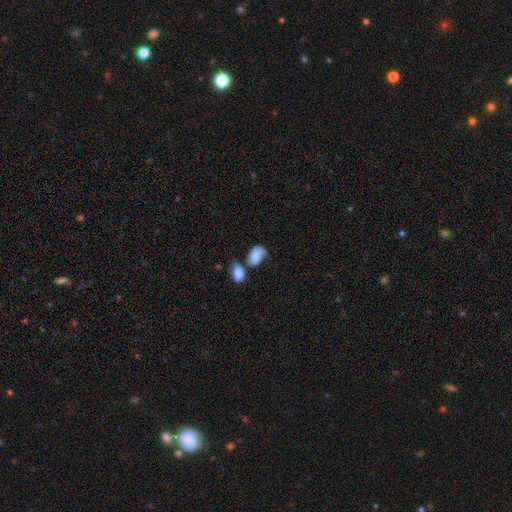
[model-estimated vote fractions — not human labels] Overall: smooth (78%). How rounded: in between (86%). Merging: merger (42%; none 27%).